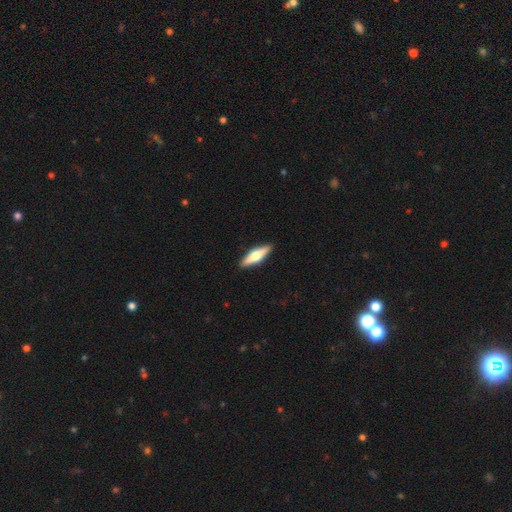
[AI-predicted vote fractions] Morphology: type=featured or disk (51%); edge-on=yes (95%); merging=none (91%).